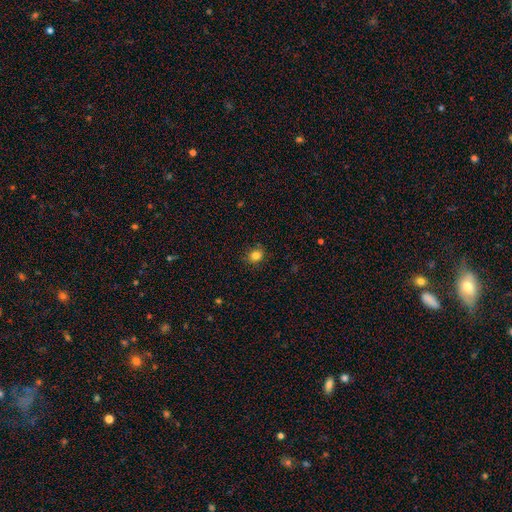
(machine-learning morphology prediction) Q: Smooth or featured?
A: smooth (82%); runner-up: star or artifact (12%)
Q: How rounded?
A: round (70%); runner-up: in between (29%)
Q: Merging?
A: none (87%); runner-up: minor disturbance (9%)